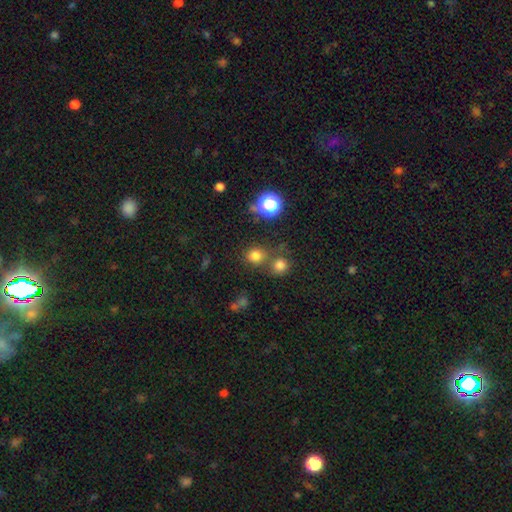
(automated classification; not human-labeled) Morphology: type=smooth (75%); roundness=round (84%); merging=none (66%).